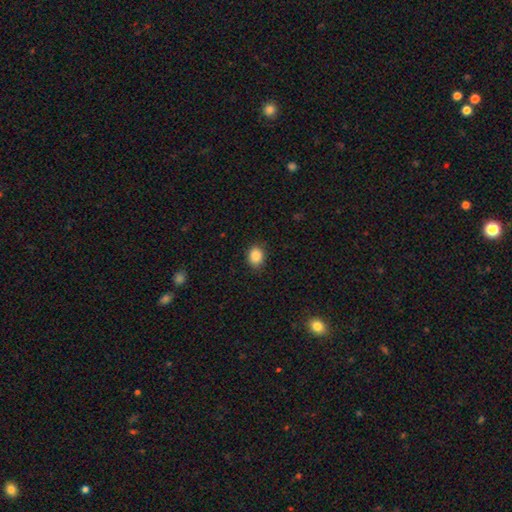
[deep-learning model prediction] A smooth galaxy with no disk features (87%) that is in between round and cigar-shaped (50%). Merging: none (88%).